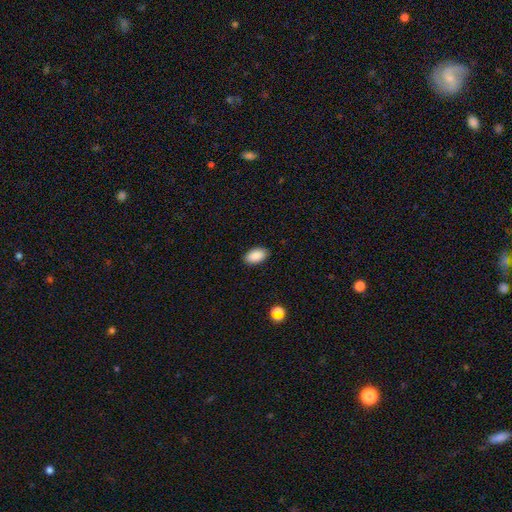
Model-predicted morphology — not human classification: smooth-or-featured: smooth: 89% | star or artifact: 7% | featured or disk: 4%
  how-rounded: in between: 94% | round: 4% | cigar-shaped: 2%
  merging: none: 88% | minor disturbance: 9% | major disturbance: 2% | merger: 1%